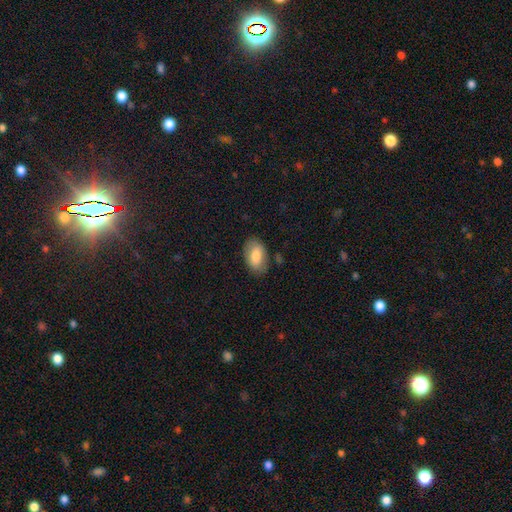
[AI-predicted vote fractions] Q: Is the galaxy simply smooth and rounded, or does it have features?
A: smooth — 81%.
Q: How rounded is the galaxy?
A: in between — 93%.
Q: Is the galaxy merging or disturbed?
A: none — 79%.